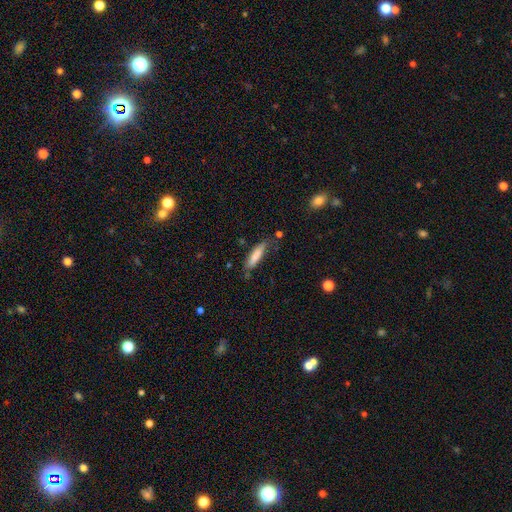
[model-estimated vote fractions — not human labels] Morphology: type=smooth (79%); roundness=cigar-shaped (77%); merging=none (71%).